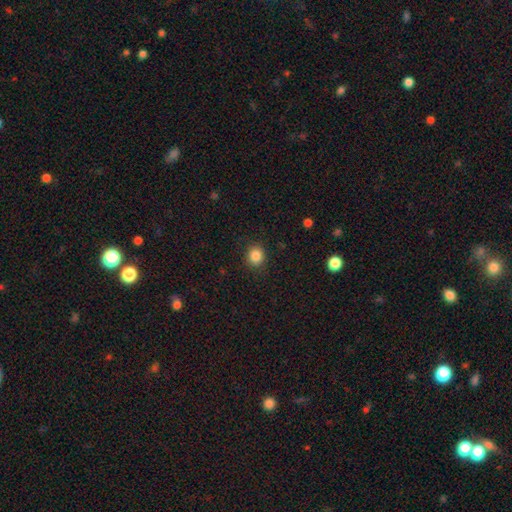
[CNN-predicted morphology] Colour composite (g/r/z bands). It shows a smooth galaxy with no disk features (85%) that is round (83%). Merging: none (89%).